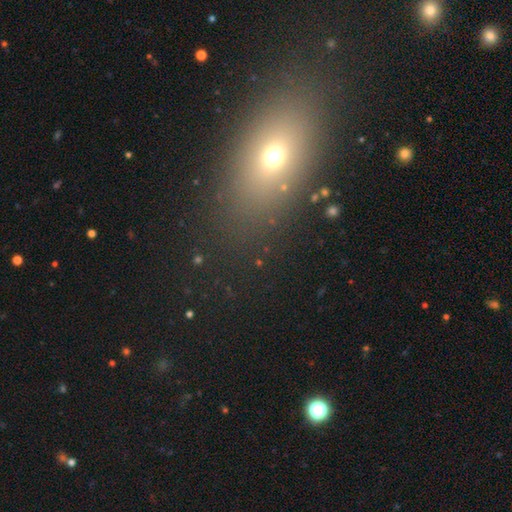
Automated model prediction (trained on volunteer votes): The model was most divided on "smooth or featured": smooth: 59%, star or artifact: 25%, featured or disk: 16%. More confident: merging — none (85%); how rounded — in between (70%).